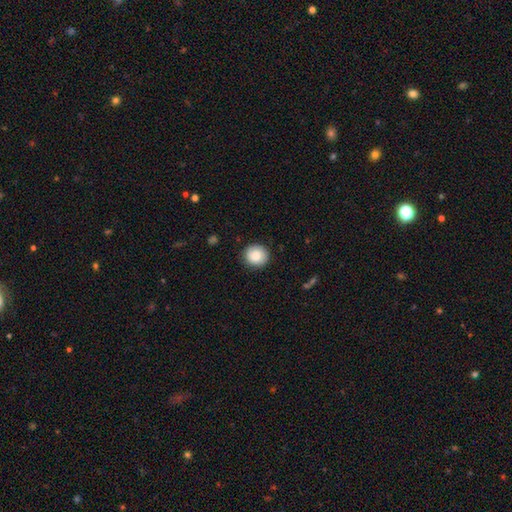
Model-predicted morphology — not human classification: Smooth or featured? Predicted: smooth (p=0.85). How rounded? Predicted: round (p=0.91). Merging? Predicted: none (p=0.89).